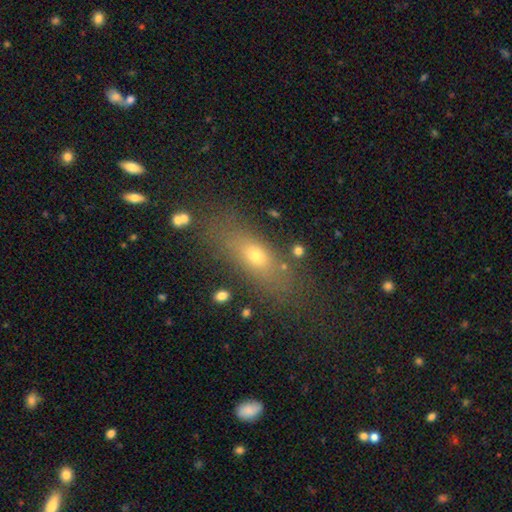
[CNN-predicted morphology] This appears to be a smooth galaxy with no disk features (64%) that is in between round and cigar-shaped (58%). Merging: none (72%).